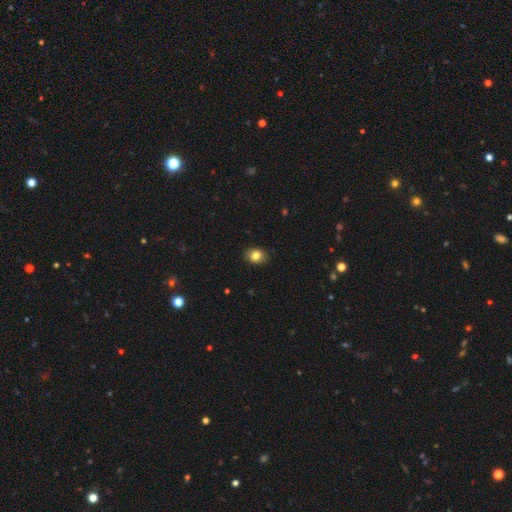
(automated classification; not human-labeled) Smooth or featured? smooth (82%)
How rounded? round (54%)
Merging? none (89%)